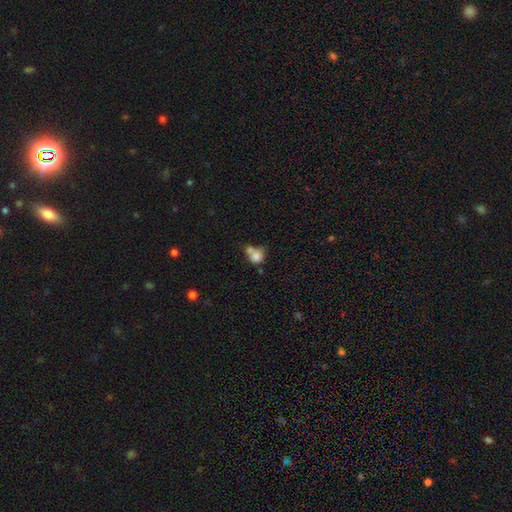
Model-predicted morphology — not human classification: A smooth galaxy with no disk features (78%) that is round (74%).

Vote fractions:
- Smooth or featured? smooth: 78% / featured or disk: 12% / star or artifact: 10%
- How rounded? round: 74% / in between: 25% / cigar-shaped: 1%
- Merging? merger: 54% / none: 30% / minor disturbance: 10% / major disturbance: 6%